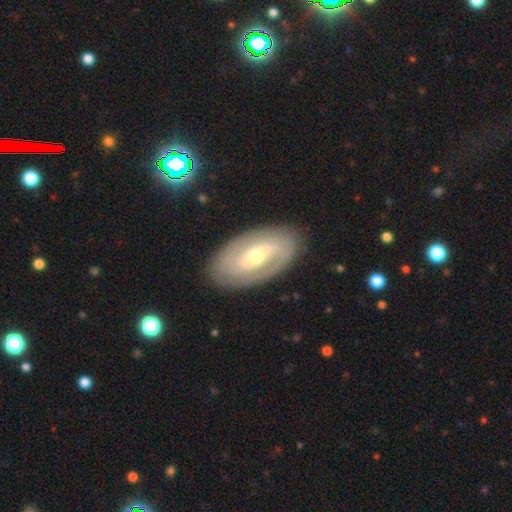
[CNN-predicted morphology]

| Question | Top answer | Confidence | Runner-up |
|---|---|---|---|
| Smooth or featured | featured or disk | 77% | smooth (17%) |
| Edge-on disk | no | 94% | yes (6%) |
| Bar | weak | 42% | no (32%) |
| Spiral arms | yes | 85% | no (15%) |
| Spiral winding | tight | 50% | medium (34%) |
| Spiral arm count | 2 | 65% | can't tell (21%) |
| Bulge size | moderate | 48% | small (47%) |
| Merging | none | 85% | minor disturbance (11%) |